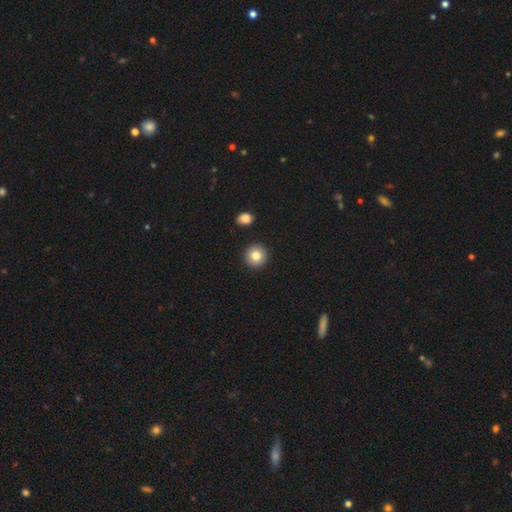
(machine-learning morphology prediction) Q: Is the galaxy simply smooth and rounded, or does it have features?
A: smooth — 83%.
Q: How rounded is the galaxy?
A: round — 94%.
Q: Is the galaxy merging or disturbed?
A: none — 91%.